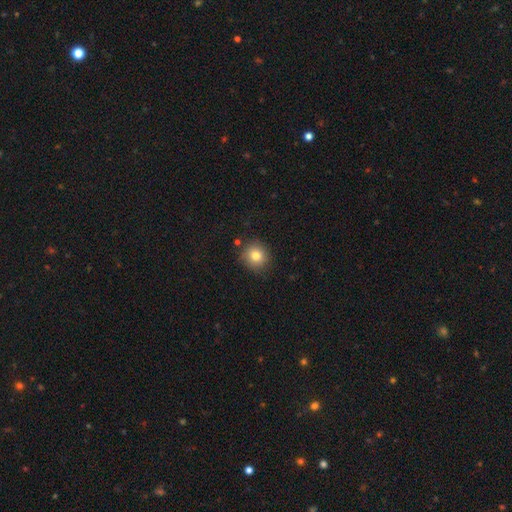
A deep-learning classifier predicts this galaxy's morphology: A smooth galaxy with no disk features (80%) that is round (92%). Merging: none (86%).